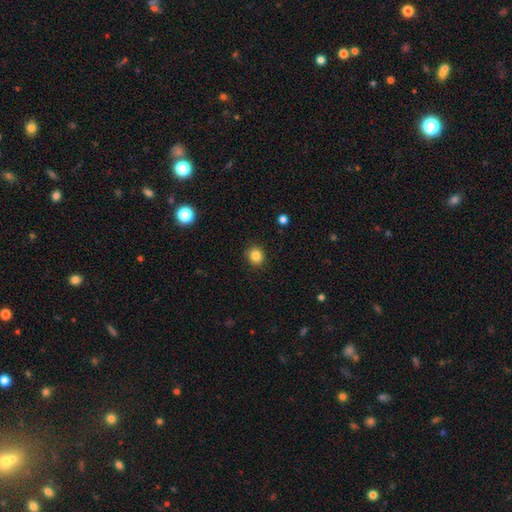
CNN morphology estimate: A smooth galaxy with no disk features (85%) that is round (84%).

Vote fractions:
- Smooth or featured? smooth: 85% / star or artifact: 11% / featured or disk: 4%
- How rounded? round: 84% / in between: 15% / cigar-shaped: 1%
- Merging? none: 90% / minor disturbance: 7% / major disturbance: 2% / merger: 1%